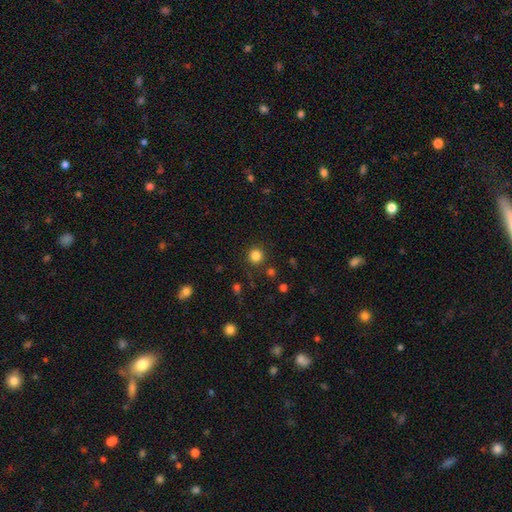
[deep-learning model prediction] Smooth or featured? smooth (83%)
How rounded? round (94%)
Merging? none (89%)